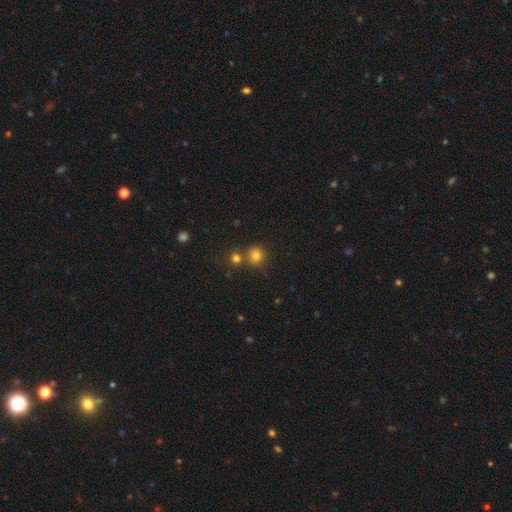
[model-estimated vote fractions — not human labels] Morphology: type=smooth (79%); roundness=round (91%); merging=none (70%).